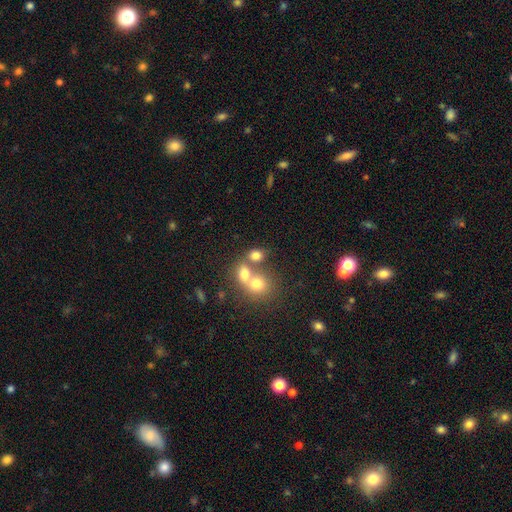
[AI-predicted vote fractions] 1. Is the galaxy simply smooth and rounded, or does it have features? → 74% smooth, 14% star or artifact, 12% featured or disk.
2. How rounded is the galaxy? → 51% round, 48% in between, 1% cigar-shaped.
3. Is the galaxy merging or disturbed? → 44% merger, 42% none, 9% minor disturbance, 5% major disturbance.